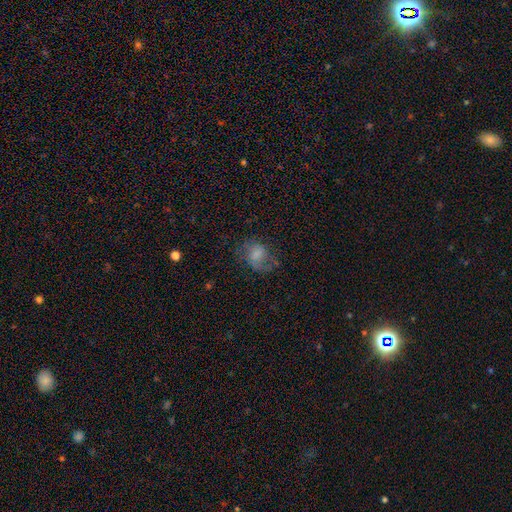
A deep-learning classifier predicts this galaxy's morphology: Q: Smooth or featured?
A: featured or disk (49%); runner-up: smooth (35%)
Q: Merging?
A: none (60%); runner-up: minor disturbance (21%)